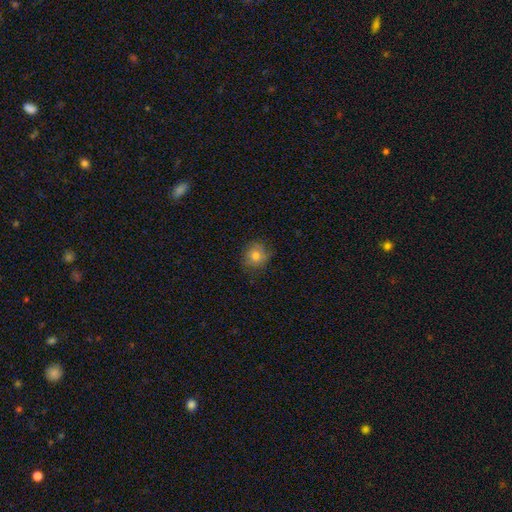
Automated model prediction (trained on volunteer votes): Smooth or featured? Predicted: smooth (p=0.78). How rounded? Predicted: round (p=0.85). Merging? Predicted: none (p=0.78).